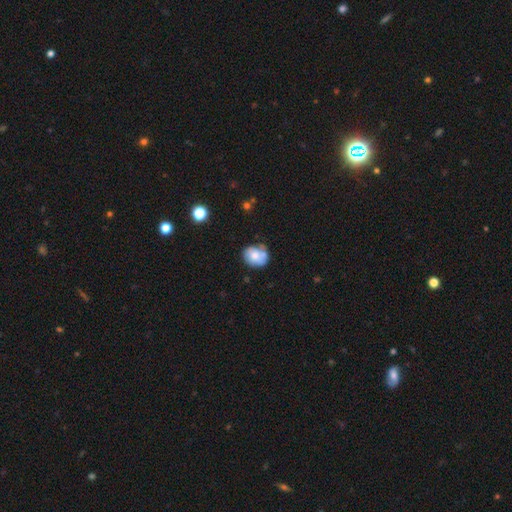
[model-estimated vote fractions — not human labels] This appears to be a smooth galaxy with no disk features (65%) that is round (61%). Merging: none (54%).